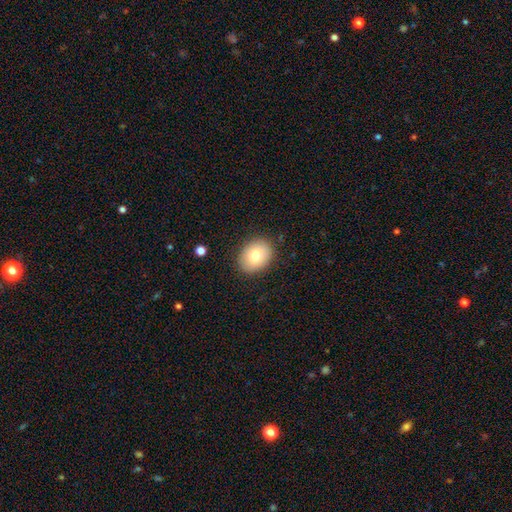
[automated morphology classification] Smooth or featured?
  - smooth: 78% *
  - featured or disk: 14%
  - star or artifact: 8%
How rounded?
  - in between: 58% *
  - round: 41%
  - cigar-shaped: 1%
Merging?
  - none: 87% *
  - minor disturbance: 10%
  - major disturbance: 2%
  - merger: 1%